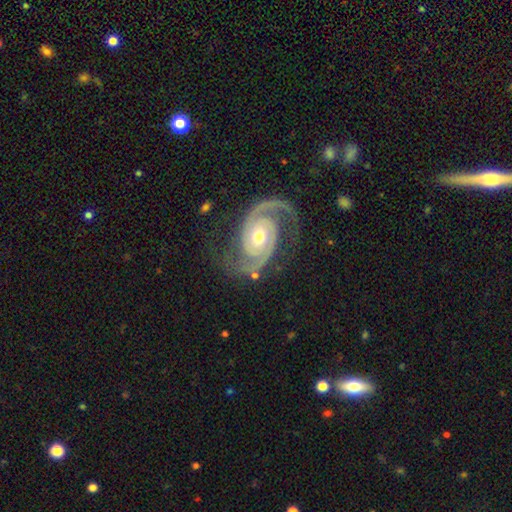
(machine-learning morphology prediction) smooth-or-featured: featured or disk: 93% | star or artifact: 4% | smooth: 3%
  disk-edge-on: no: 97% | yes: 3%
    bar: no: 66% | weak: 24% | strong: 10%
    has-spiral-arms: yes: 98% | no: 2%
      spiral-winding: medium: 50% | tight: 37% | loose: 13%
      spiral-arm-count: 2: 93% | 3: 2% | can't tell: 2% | 1: 1% | 4: 1% | more than 4: 1%
    bulge-size: moderate: 74% | small: 19% | large: 5% | dominant: 1% | none: 1%
  merging: none: 76% | minor disturbance: 15% | major disturbance: 7% | merger: 2%